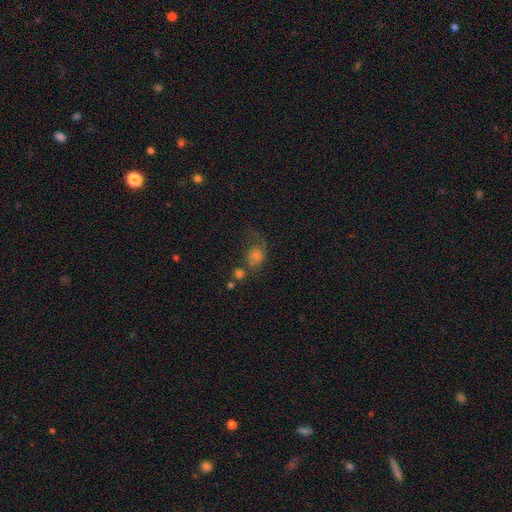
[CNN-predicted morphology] This appears to be a smooth galaxy with no disk features (46%). Merging: none (35%).